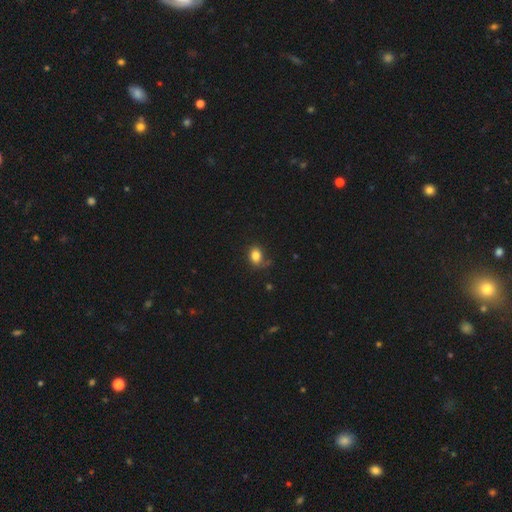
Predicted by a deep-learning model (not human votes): Smooth or featured?
  - smooth: 81% *
  - star or artifact: 10%
  - featured or disk: 9%
How rounded?
  - in between: 59% *
  - round: 40%
  - cigar-shaped: 1%
Merging?
  - none: 63% *
  - minor disturbance: 24%
  - major disturbance: 11%
  - merger: 2%